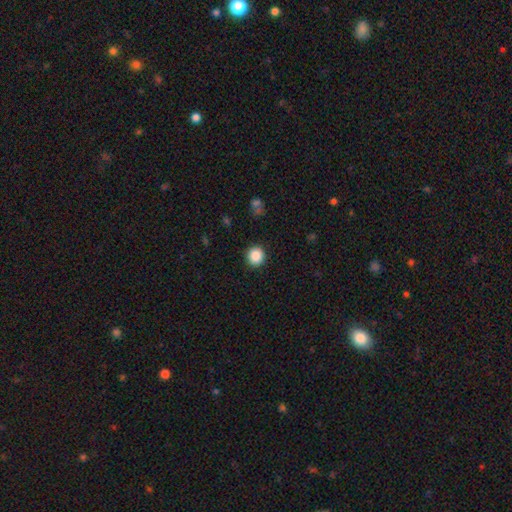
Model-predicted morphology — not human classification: This is clearly a smooth galaxy (88%). How rounded: clearly round (91%). Merging: clearly none (90%).